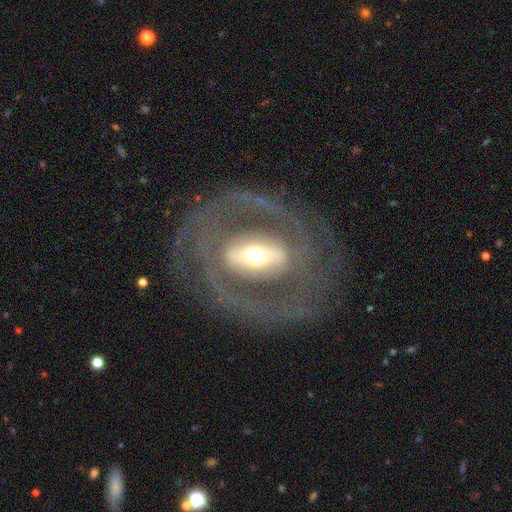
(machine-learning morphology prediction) smooth_or_featured: featured or disk (p=0.84) [alt: smooth p=0.10]
disk_edge_on: no (p=0.91) [alt: yes p=0.09]
bar: strong (p=0.63) [alt: weak p=0.22]
has_spiral_arms: yes (p=0.73) [alt: no p=0.27]
spiral_winding: tight (p=0.47) [alt: medium p=0.38]
spiral_arm_count: 2 (p=0.66) [alt: can't tell p=0.17]
bulge_size: moderate (p=0.51) [alt: small p=0.30]
merging: none (p=0.73) [alt: major disturbance p=0.13]